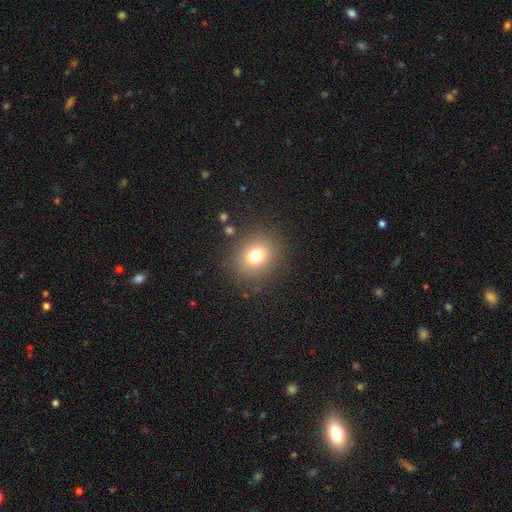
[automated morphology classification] A smooth galaxy with no disk features (75%) that is round (69%). Merging: none (85%).